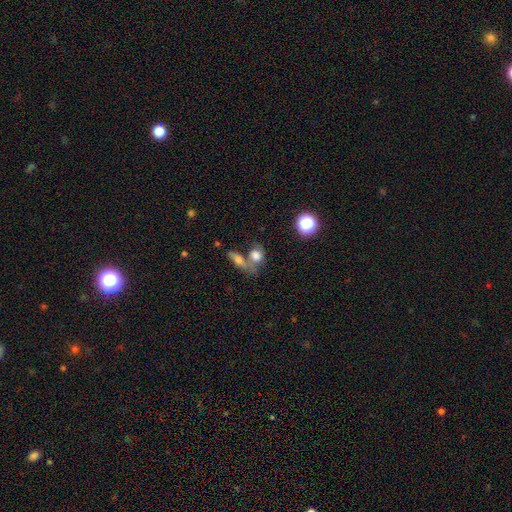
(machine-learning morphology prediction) A smooth galaxy with no disk features (71%) that is in between round and cigar-shaped (53%).

Vote fractions:
- Smooth or featured? smooth: 71% / featured or disk: 17% / star or artifact: 12%
- How rounded? in between: 53% / round: 43% / cigar-shaped: 4%
- Merging? merger: 48% / none: 34% / minor disturbance: 11% / major disturbance: 8%